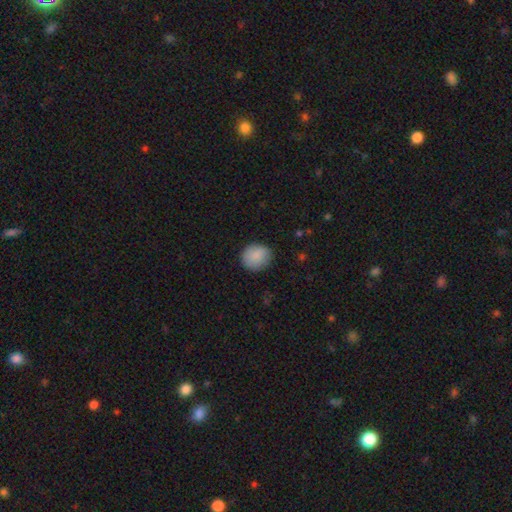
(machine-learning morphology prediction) A smooth galaxy with no disk features (88%) that is round (82%).

Vote fractions:
- Smooth or featured? smooth: 88% / star or artifact: 7% / featured or disk: 6%
- How rounded? round: 82% / in between: 17% / cigar-shaped: 1%
- Merging? none: 86% / minor disturbance: 11% / major disturbance: 3% / merger: 1%